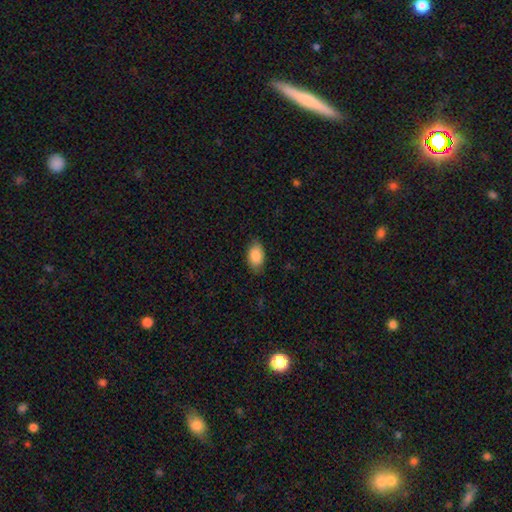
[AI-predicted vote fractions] This is clearly a smooth galaxy (87%). How rounded: clearly in between (91%). Merging: clearly none (81%).